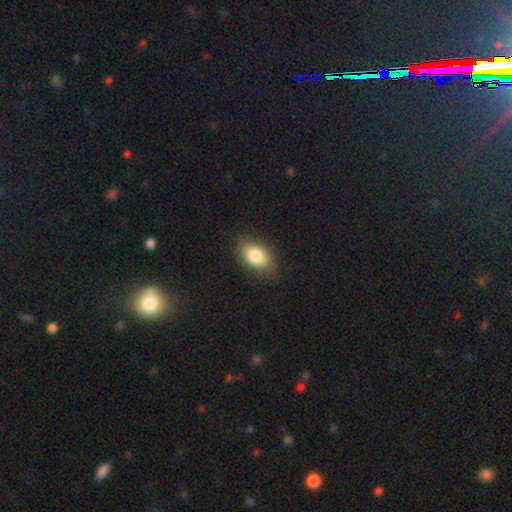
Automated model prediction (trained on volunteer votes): smooth-or-featured: smooth: 81% | featured or disk: 12% | star or artifact: 7%
  how-rounded: in between: 89% | round: 9% | cigar-shaped: 2%
  merging: none: 81% | minor disturbance: 14% | major disturbance: 3% | merger: 1%